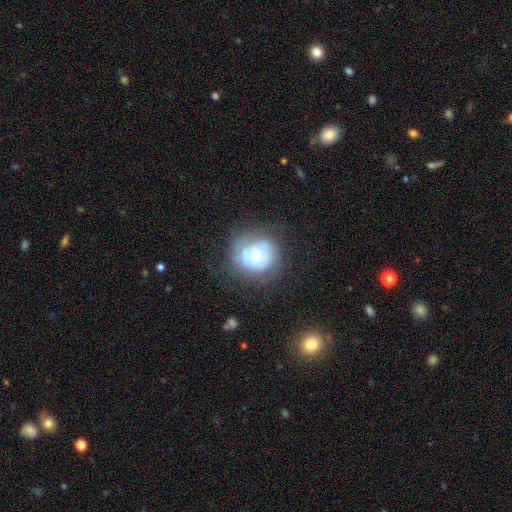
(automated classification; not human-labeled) Overall: featured or disk (49%; smooth 42%). Merging: none (56%; minor disturbance 23%).